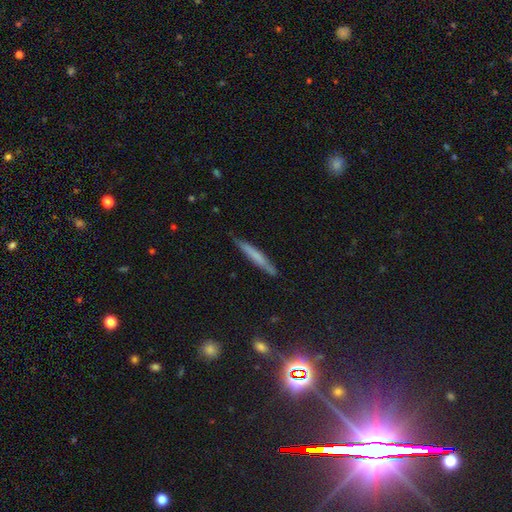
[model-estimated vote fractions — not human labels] Q: Smooth or featured?
A: smooth (60%); runner-up: featured or disk (33%)
Q: How rounded?
A: cigar-shaped (95%); runner-up: in between (4%)
Q: Merging?
A: none (85%); runner-up: minor disturbance (12%)